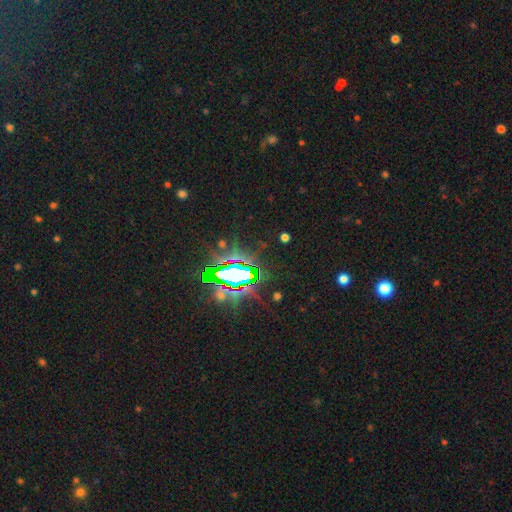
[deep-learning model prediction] Smooth or featured: star or artifact — 82% (smooth — 10%)